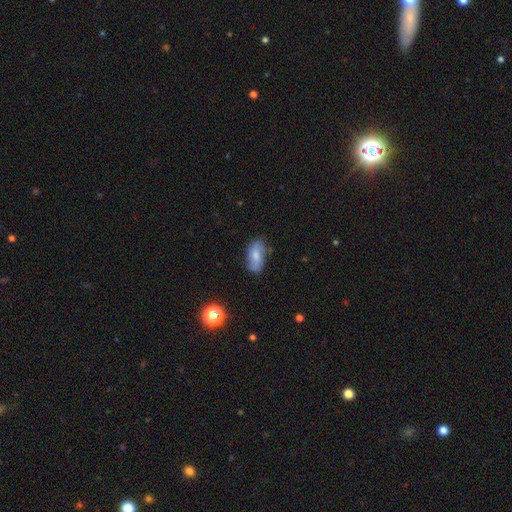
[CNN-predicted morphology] The model was most divided on "smooth or featured": smooth: 55%, featured or disk: 36%, star or artifact: 9%. More confident: how rounded — in between (89%); merging — none (68%).